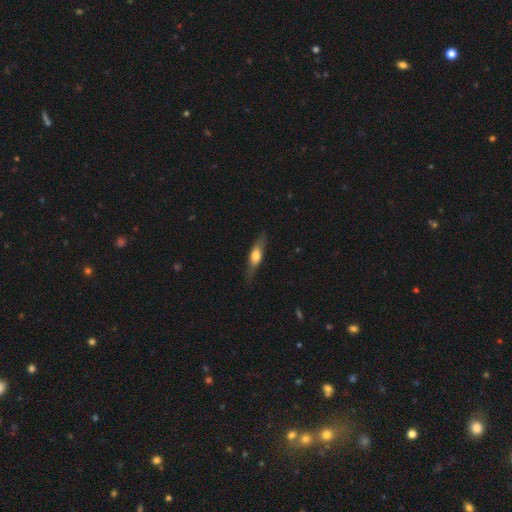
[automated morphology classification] type=featured or disk (48%); merging=none (80%).